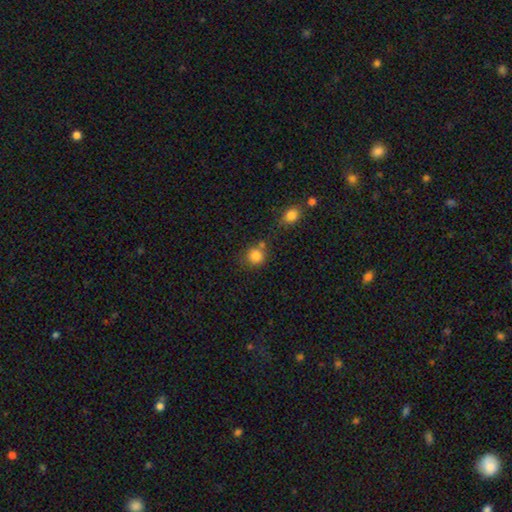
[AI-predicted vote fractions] Smooth or featured? Predicted: smooth (p=0.83). How rounded? Predicted: round (p=0.86). Merging? Predicted: none (p=0.62).